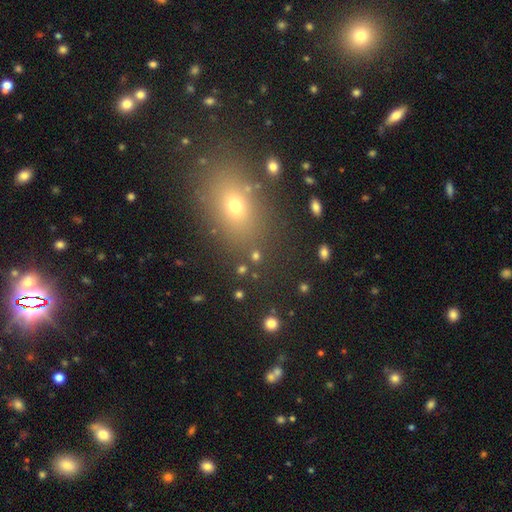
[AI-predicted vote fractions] Overall: smooth (63%; star or artifact 24%). How rounded: in between (69%). Merging: none (84%).